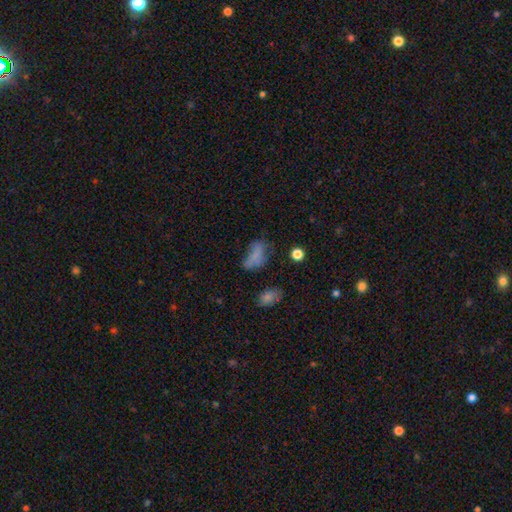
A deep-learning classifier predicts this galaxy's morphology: This is likely a smooth galaxy (69%). How rounded: clearly in between (81%). Merging: marginally none (37%).